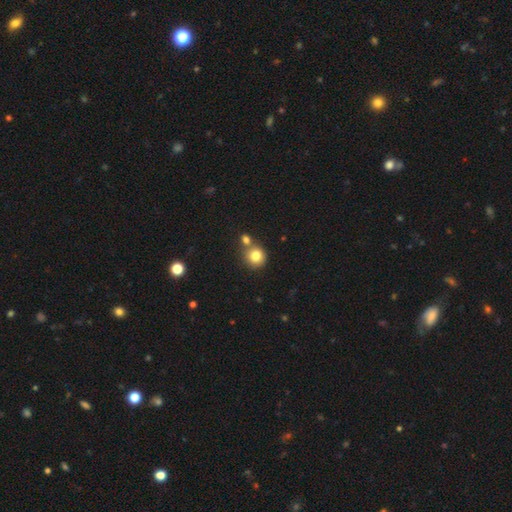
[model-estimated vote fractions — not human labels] smooth 81%, star or artifact 11%, featured or disk 8%. Down the decision tree: how rounded — round (89%); merging — none (61%).